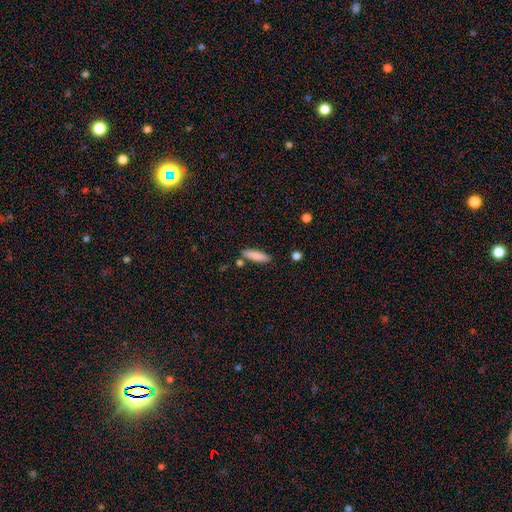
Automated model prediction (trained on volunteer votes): This is clearly a smooth galaxy (85%). How rounded: likely cigar-shaped (70%). Merging: clearly none (81%).